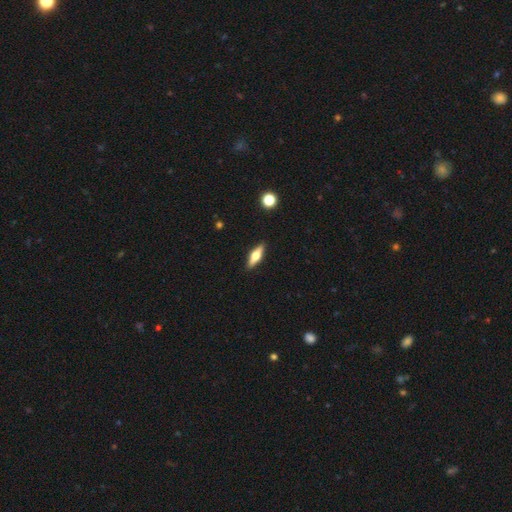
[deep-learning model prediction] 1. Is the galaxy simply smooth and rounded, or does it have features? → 52% featured or disk, 41% smooth, 7% star or artifact.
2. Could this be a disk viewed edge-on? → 92% yes, 8% no.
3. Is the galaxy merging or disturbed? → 90% none, 7% minor disturbance, 2% major disturbance, 1% merger.